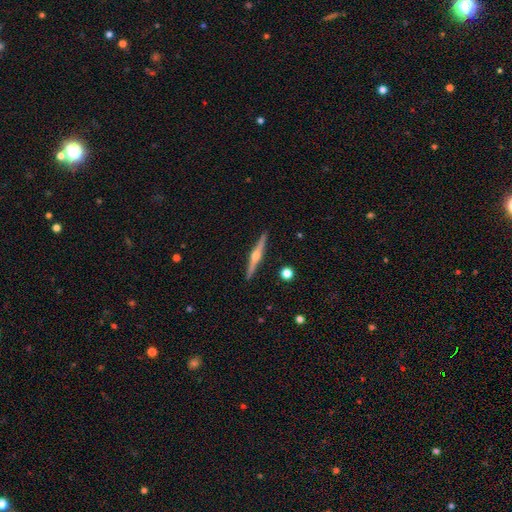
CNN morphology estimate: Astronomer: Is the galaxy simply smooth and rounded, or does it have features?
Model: featured or disk — 80%.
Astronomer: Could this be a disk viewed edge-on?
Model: yes — 98%.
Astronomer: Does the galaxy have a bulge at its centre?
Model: rounded — 93%.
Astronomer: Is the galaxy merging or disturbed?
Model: none — 92%.